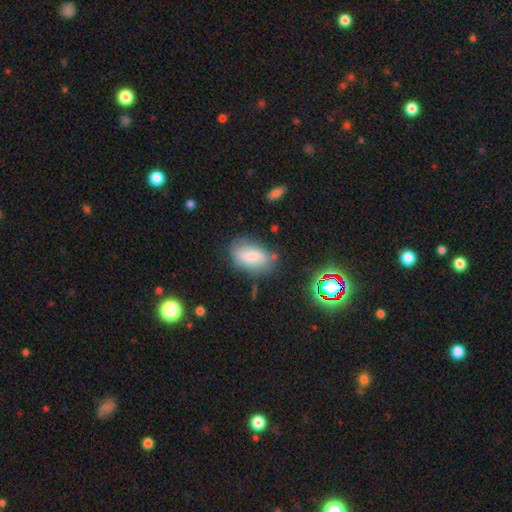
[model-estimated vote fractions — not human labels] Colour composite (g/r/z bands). It shows a smooth galaxy with no disk features (72%) that is in between round and cigar-shaped (88%). Merging: none (64%).